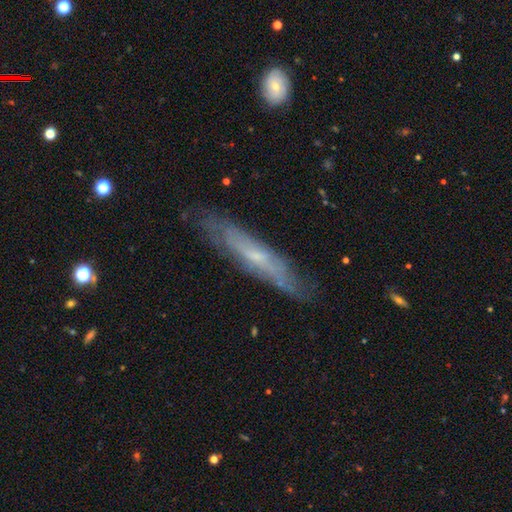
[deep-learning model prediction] Smooth or featured: featured or disk — 59% (smooth — 34%)
Edge-on disk: yes — 62% (no — 38%)
Merging: none — 78% (minor disturbance — 17%)